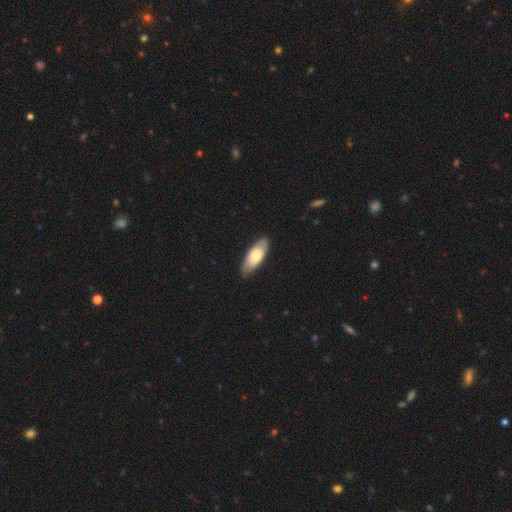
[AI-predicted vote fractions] A smooth galaxy with no disk features (66%) that is in between round and cigar-shaped (76%). Merging: none (82%).